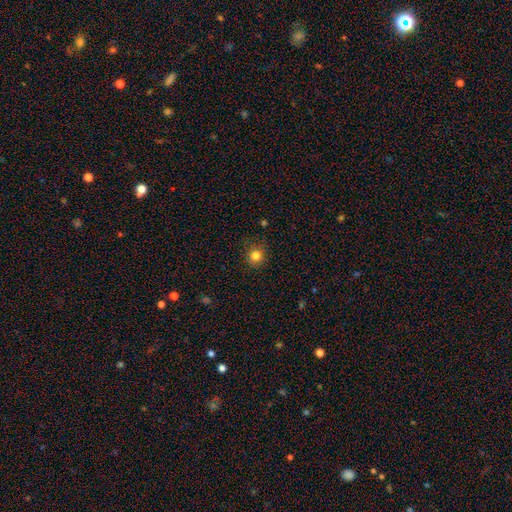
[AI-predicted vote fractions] smooth 82%, star or artifact 13%, featured or disk 6%. Down the decision tree: how rounded — round (91%); merging — none (88%).